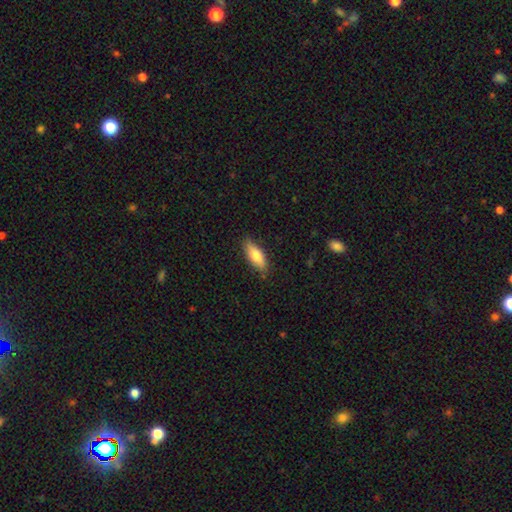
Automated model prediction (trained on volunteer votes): Smooth or featured: smooth — 71% (featured or disk — 23%)
How rounded: in between — 67% (cigar-shaped — 30%)
Merging: none — 84% (minor disturbance — 13%)